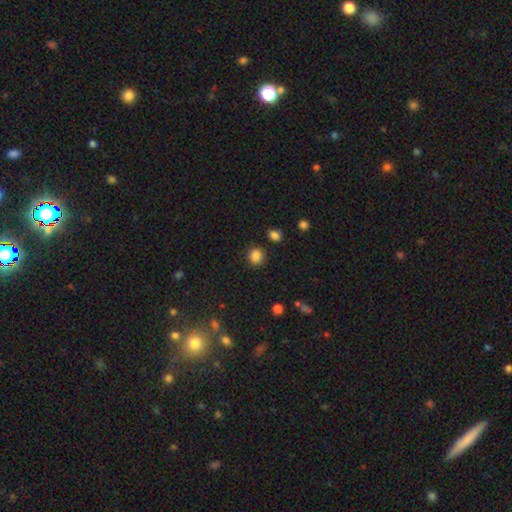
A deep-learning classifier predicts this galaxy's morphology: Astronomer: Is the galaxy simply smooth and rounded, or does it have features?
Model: smooth — 85%.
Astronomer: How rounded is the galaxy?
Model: round — 87%.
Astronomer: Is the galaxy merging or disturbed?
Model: none — 87%.